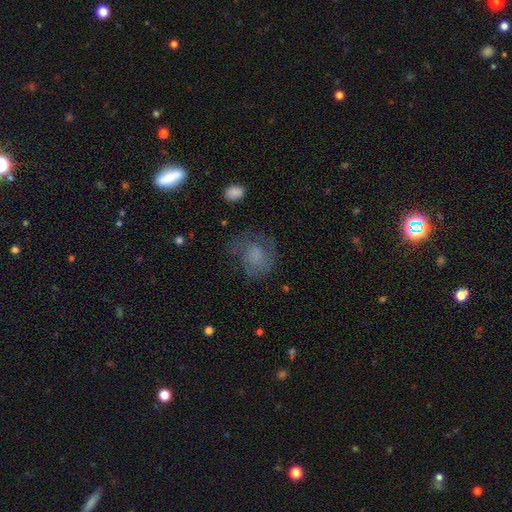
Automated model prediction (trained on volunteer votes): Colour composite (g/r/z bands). It shows a smooth galaxy with no disk features (46%). Merging: none (51%).